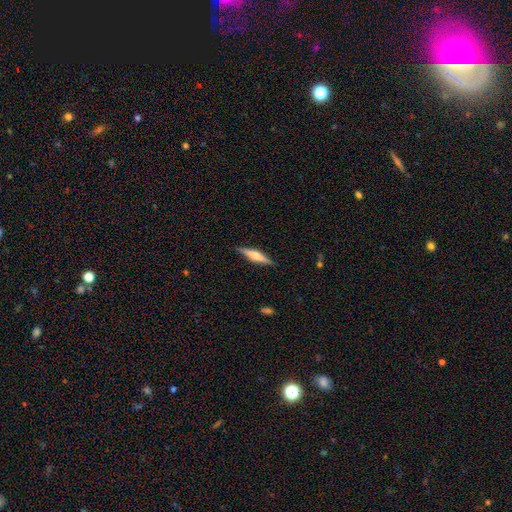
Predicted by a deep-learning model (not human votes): The model was most divided on "smooth or featured": featured or disk: 57%, smooth: 37%, star or artifact: 6%. More confident: edge-on disk — yes (97%); merging — none (89%); edge-on bulge — rounded (79%).